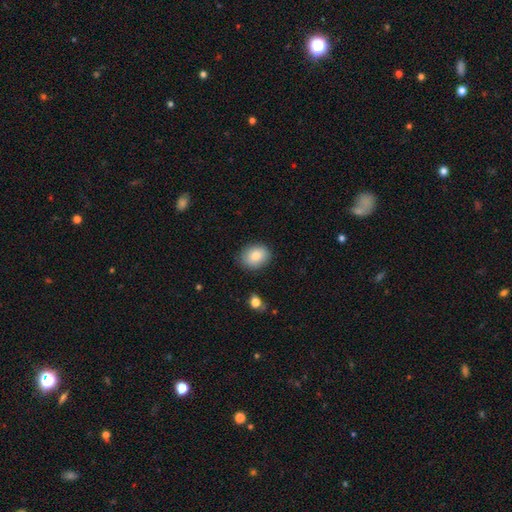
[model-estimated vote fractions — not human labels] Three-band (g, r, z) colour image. It shows a smooth galaxy with no disk features (85%) that is in between round and cigar-shaped (54%). Merging: none (84%).